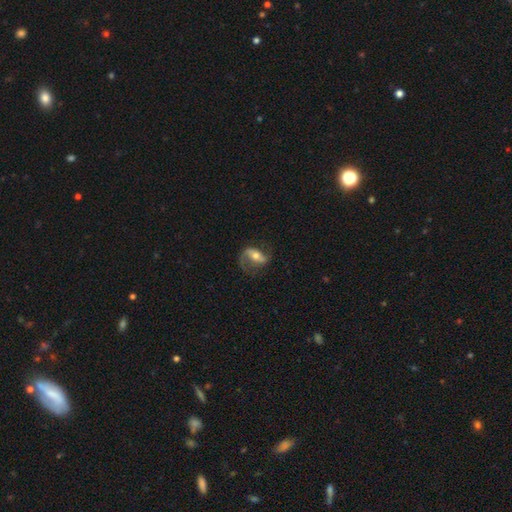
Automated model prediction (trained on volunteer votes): Smooth or featured?
  - featured or disk: 80% *
  - smooth: 15%
  - star or artifact: 6%
Edge-on disk?
  - no: 95% *
  - yes: 5%
Bar?
  - strong: 46% *
  - weak: 31%
  - no: 23%
Spiral arms?
  - yes: 92% *
  - no: 8%
Spiral winding?
  - loose: 46% *
  - medium: 41%
  - tight: 13%
Spiral arm count?
  - 2: 81% *
  - 1: 12%
  - can't tell: 4%
  - 3: 1%
  - 4: 1%
  - more than 4: 1%
Bulge size?
  - moderate: 64% *
  - small: 28%
  - large: 6%
  - none: 1%
  - dominant: 1%
Merging?
  - none: 67% *
  - minor disturbance: 17%
  - major disturbance: 15%
  - merger: 2%